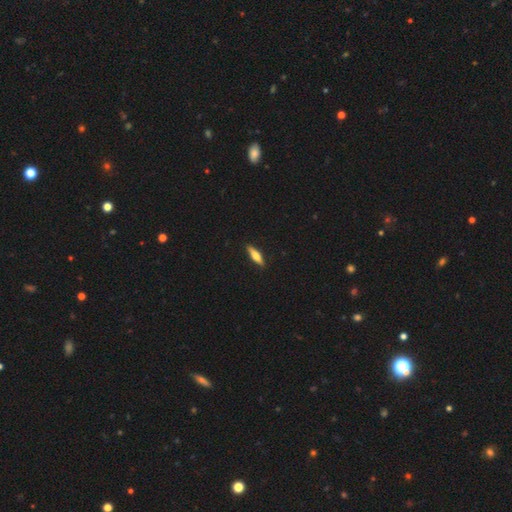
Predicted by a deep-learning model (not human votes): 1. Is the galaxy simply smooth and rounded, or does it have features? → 53% smooth, 41% featured or disk, 6% star or artifact.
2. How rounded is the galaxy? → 66% cigar-shaped, 31% in between, 3% round.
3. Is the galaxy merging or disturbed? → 89% none, 8% minor disturbance, 2% major disturbance, 1% merger.